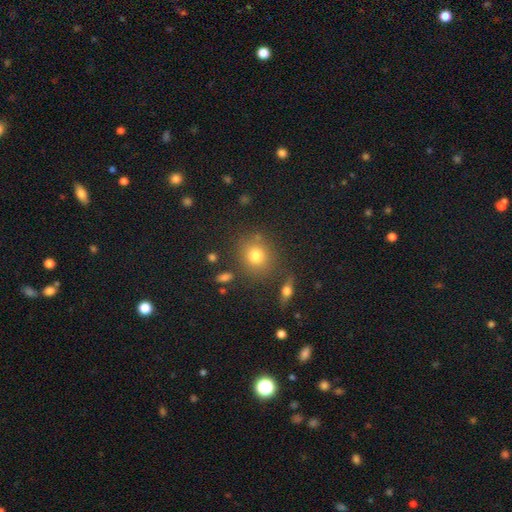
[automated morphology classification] Smooth or featured?
  - smooth: 78% *
  - star or artifact: 13%
  - featured or disk: 9%
How rounded?
  - round: 80% *
  - in between: 19%
  - cigar-shaped: 1%
Merging?
  - none: 79% *
  - minor disturbance: 10%
  - merger: 7%
  - major disturbance: 4%